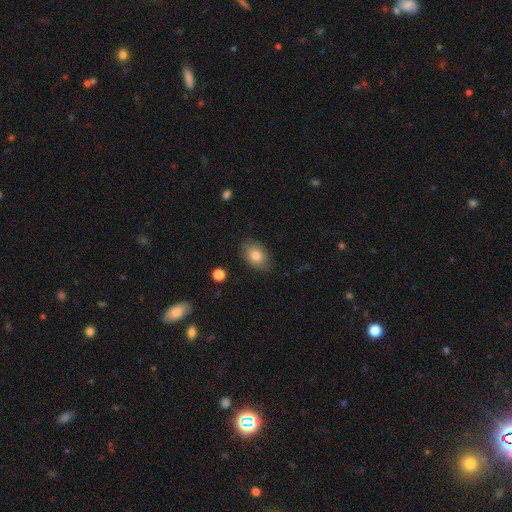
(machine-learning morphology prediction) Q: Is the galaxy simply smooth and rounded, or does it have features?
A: smooth — 79%.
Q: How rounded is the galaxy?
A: in between — 78%.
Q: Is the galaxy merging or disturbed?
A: none — 83%.